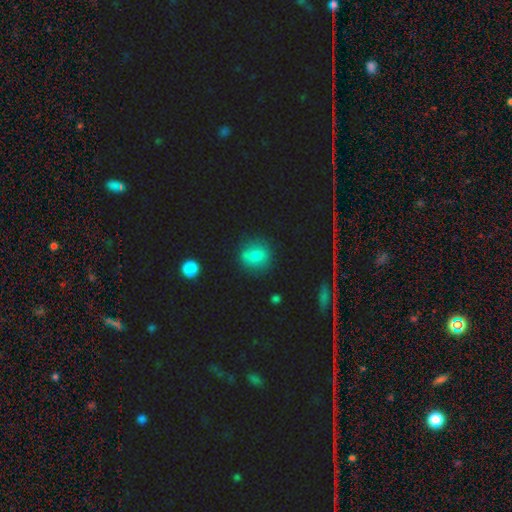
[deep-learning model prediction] smooth 73%, featured or disk 15%, star or artifact 12%. Down the decision tree: how rounded — round (71%); merging — none (73%).